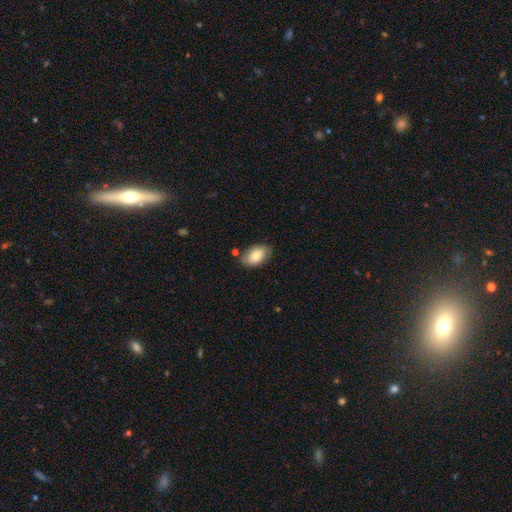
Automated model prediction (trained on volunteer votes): A smooth galaxy with no disk features (78%) that is in between round and cigar-shaped (92%).

Vote fractions:
- Smooth or featured? smooth: 78% / featured or disk: 15% / star or artifact: 7%
- How rounded? in between: 92% / round: 6% / cigar-shaped: 1%
- Merging? none: 74% / minor disturbance: 18% / merger: 5% / major disturbance: 4%